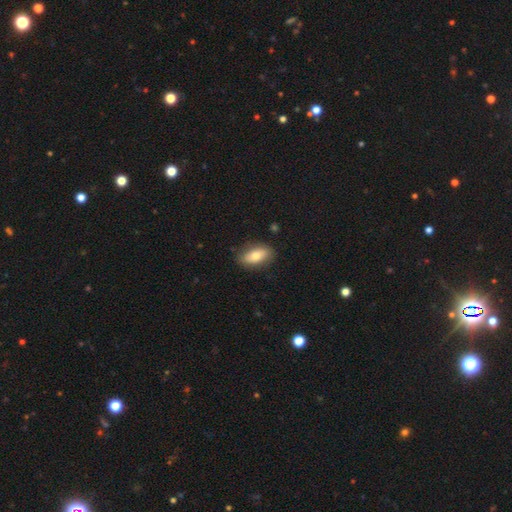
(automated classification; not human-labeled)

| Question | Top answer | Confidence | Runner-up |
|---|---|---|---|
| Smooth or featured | smooth | 73% | featured or disk (21%) |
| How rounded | in between | 86% | cigar-shaped (10%) |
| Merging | none | 83% | minor disturbance (13%) |